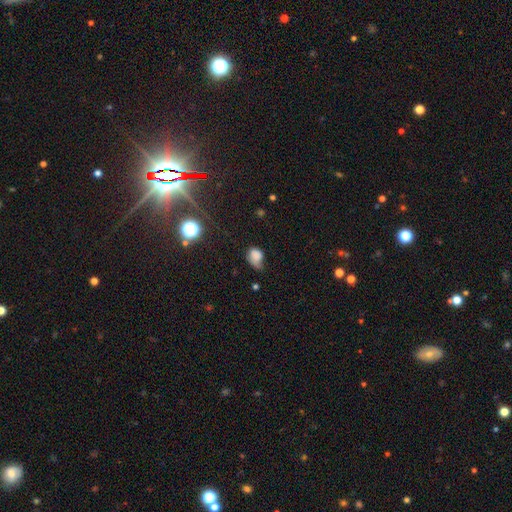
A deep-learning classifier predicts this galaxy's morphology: A smooth galaxy with no disk features (75%) that is in between round and cigar-shaped (65%). Merging: minor disturbance (42%).